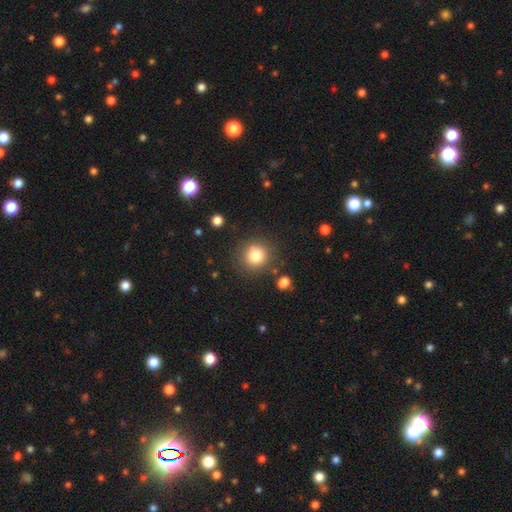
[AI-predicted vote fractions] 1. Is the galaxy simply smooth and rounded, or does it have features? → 81% smooth, 12% star or artifact, 7% featured or disk.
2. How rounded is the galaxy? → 90% round, 9% in between, 1% cigar-shaped.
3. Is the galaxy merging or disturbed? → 84% none, 9% minor disturbance, 4% major disturbance, 3% merger.